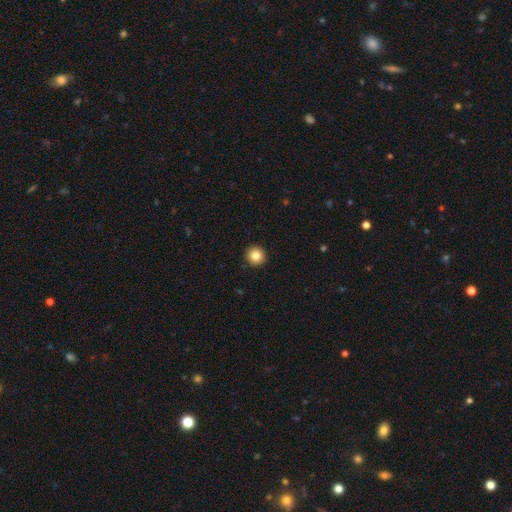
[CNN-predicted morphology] Q: Smooth or featured?
A: smooth (83%); runner-up: star or artifact (10%)
Q: How rounded?
A: round (95%); runner-up: in between (4%)
Q: Merging?
A: none (93%); runner-up: minor disturbance (4%)